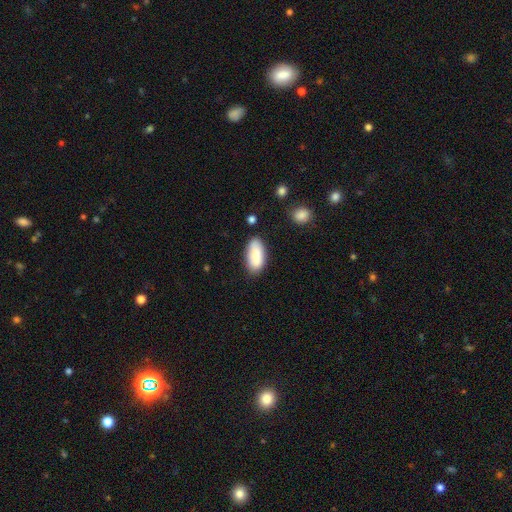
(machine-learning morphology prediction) Overall: smooth (86%). How rounded: in between (90%). Merging: none (80%).